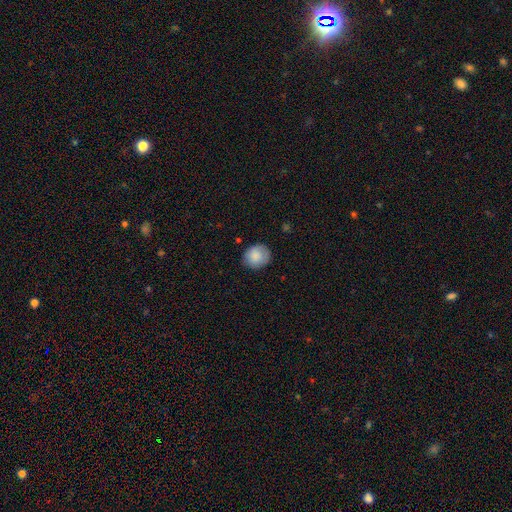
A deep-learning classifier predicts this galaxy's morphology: Smooth or featured? Predicted: smooth (p=0.85). How rounded? Predicted: round (p=0.70). Merging? Predicted: none (p=0.80).